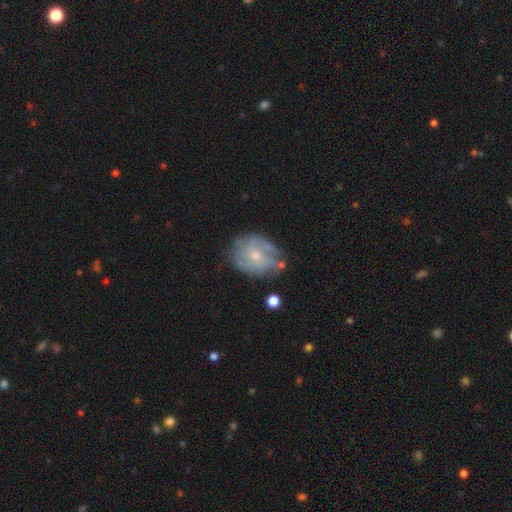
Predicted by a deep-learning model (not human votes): Smooth or featured? featured or disk (70%)
Edge-on disk? no (97%)
Bar? no (69%)
Spiral arms? yes (79%)
Spiral winding? tight (46%)
Spiral arm count? can't tell (44%)
Bulge size? small (63%)
Merging? none (61%)